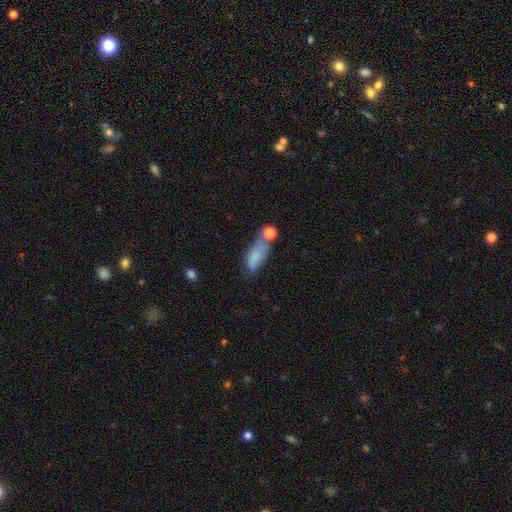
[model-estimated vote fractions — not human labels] A smooth galaxy with no disk features (75%) that is in between round and cigar-shaped (65%).

Vote fractions:
- Smooth or featured? smooth: 75% / featured or disk: 16% / star or artifact: 10%
- How rounded? in between: 65% / cigar-shaped: 30% / round: 5%
- Merging? none: 34% / merger: 25% / minor disturbance: 24% / major disturbance: 17%